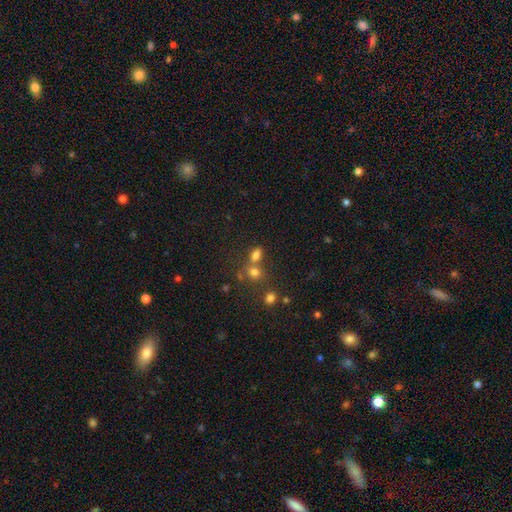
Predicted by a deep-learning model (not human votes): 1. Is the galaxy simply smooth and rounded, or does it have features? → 75% smooth, 16% star or artifact, 9% featured or disk.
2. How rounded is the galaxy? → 75% in between, 22% round, 3% cigar-shaped.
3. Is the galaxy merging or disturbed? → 48% none, 36% merger, 11% minor disturbance, 5% major disturbance.